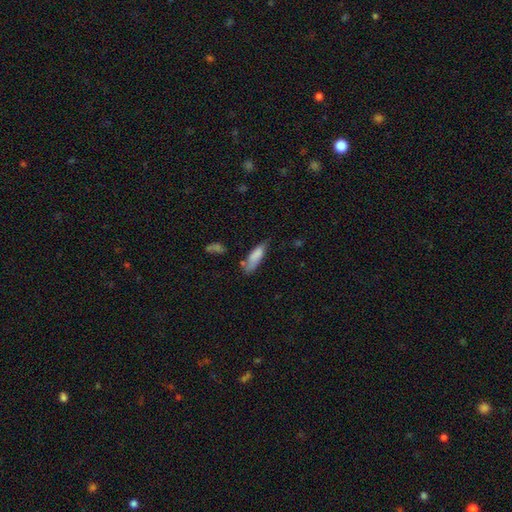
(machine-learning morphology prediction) type=smooth (81%); roundness=in between (51%); merging=none (48%).